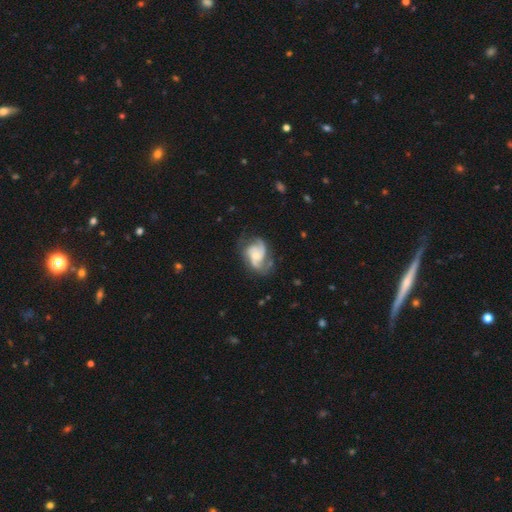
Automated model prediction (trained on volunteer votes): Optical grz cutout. It shows a featured or disk galaxy (83%) with no bar (63%), 2 (55%) medium (51%) spiral arms (95%) and a small central bulge (48%). Merging: none (59%).